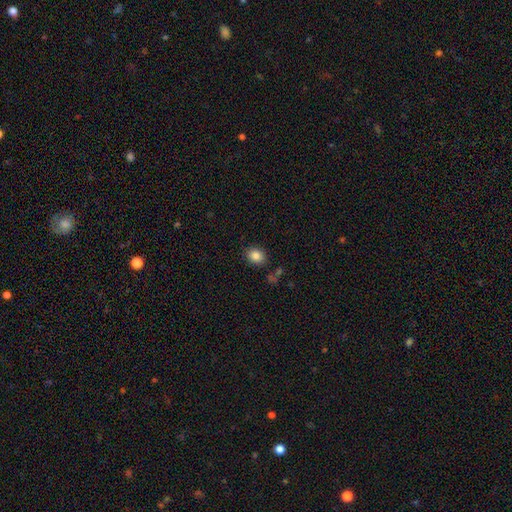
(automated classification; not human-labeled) smooth 86%, star or artifact 10%, featured or disk 5%. Down the decision tree: how rounded — round (56%); merging — none (84%).